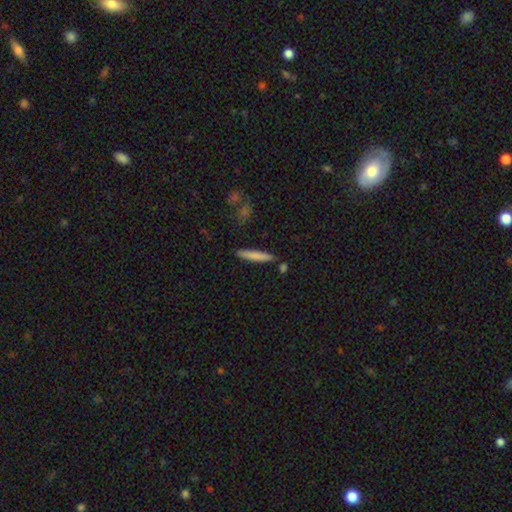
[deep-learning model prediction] Smooth or featured? Predicted: smooth (p=0.77). How rounded? Predicted: cigar-shaped (p=0.92). Merging? Predicted: none (p=0.86).